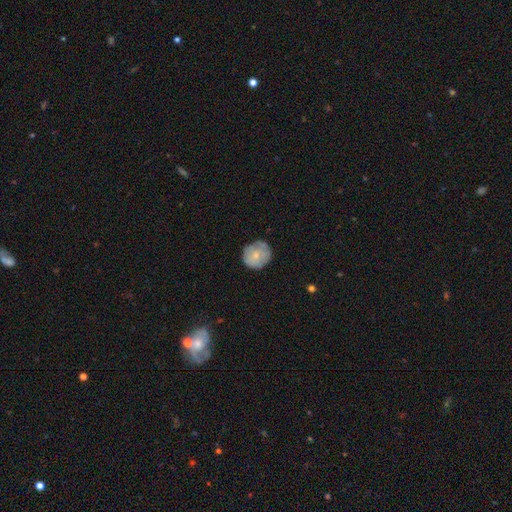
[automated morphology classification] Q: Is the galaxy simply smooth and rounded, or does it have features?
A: smooth — 58%.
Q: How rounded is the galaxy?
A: round — 86%.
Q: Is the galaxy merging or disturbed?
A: none — 73%.